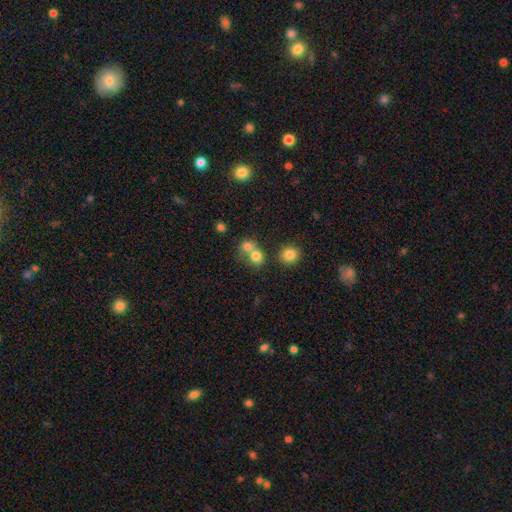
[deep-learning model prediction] Smooth or featured: smooth — 77% (star or artifact — 13%)
How rounded: round — 80% (in between — 19%)
Merging: merger — 49% (none — 42%)